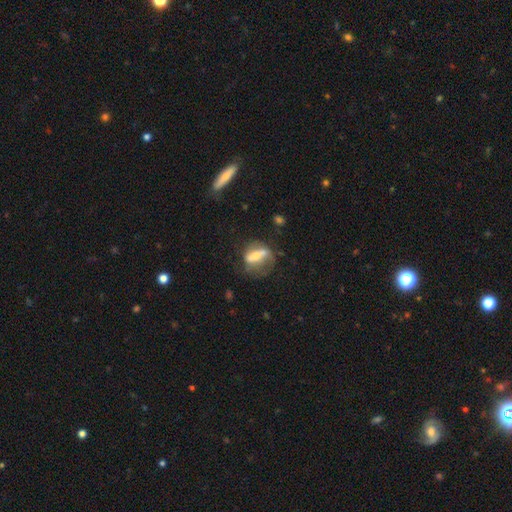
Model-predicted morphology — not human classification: Smooth or featured?
  - featured or disk: 52% *
  - smooth: 39%
  - star or artifact: 9%
Edge-on disk?
  - no: 84% *
  - yes: 16%
Merging?
  - none: 44% *
  - minor disturbance: 23%
  - major disturbance: 23%
  - merger: 10%